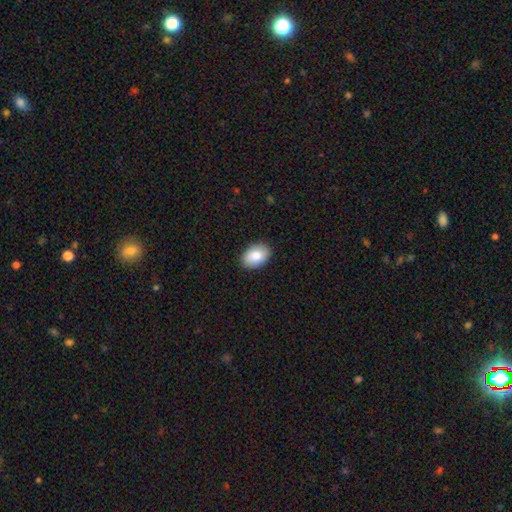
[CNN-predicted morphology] A smooth galaxy with no disk features (85%) that is in between round and cigar-shaped (87%).

Vote fractions:
- Smooth or featured? smooth: 85% / featured or disk: 8% / star or artifact: 7%
- How rounded? in between: 87% / round: 12% / cigar-shaped: 1%
- Merging? none: 89% / minor disturbance: 8% / major disturbance: 2% / merger: 1%